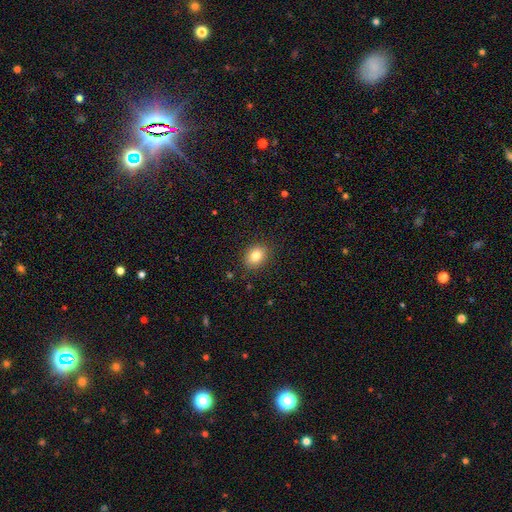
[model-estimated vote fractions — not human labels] Q: Smooth or featured?
A: smooth (83%); runner-up: star or artifact (10%)
Q: How rounded?
A: in between (56%); runner-up: round (43%)
Q: Merging?
A: none (87%); runner-up: minor disturbance (9%)